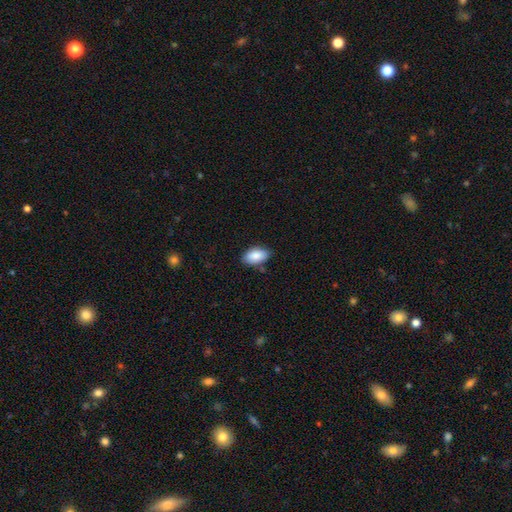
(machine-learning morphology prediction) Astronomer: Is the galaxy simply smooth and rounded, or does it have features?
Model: smooth — 87%.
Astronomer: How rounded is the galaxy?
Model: in between — 94%.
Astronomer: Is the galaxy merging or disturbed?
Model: none — 81%.